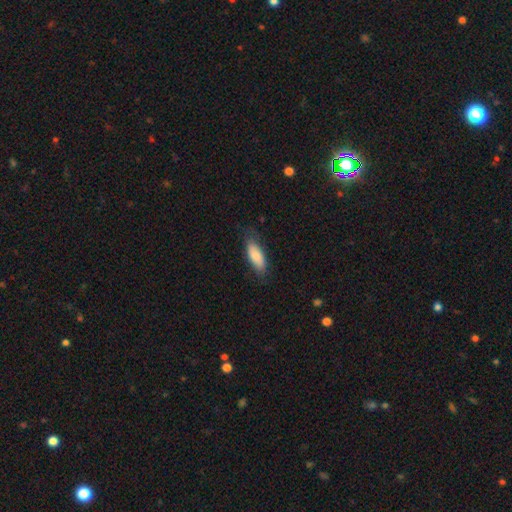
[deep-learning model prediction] The model was most divided on "how rounded": in between: 75%, cigar-shaped: 24%, round: 2%. More confident: smooth or featured — smooth (84%); merging — none (72%).